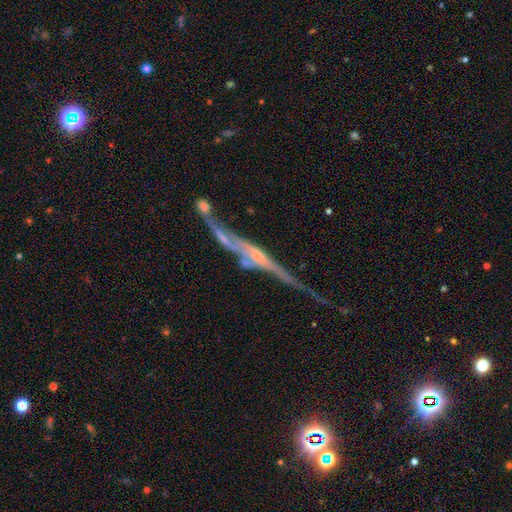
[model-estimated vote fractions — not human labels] This is likely a featured or disk galaxy (80%). It is likely viewed edge-on (77%). Edge-on bulge: possibly rounded (60%). Merging: marginally none (32%, tied with merger).